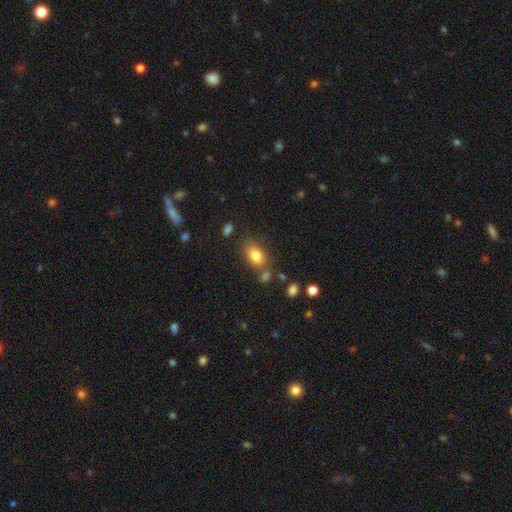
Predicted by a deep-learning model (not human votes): smooth_or_featured: smooth (p=0.81) [alt: featured or disk p=0.10]
how_rounded: in between (p=0.83) [alt: round p=0.15]
merging: none (p=0.68) [alt: minor disturbance p=0.16]